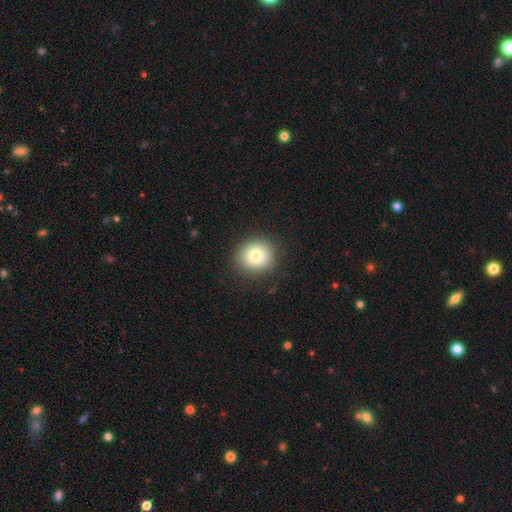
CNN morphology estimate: The model was most divided on "smooth or featured": smooth: 80%, star or artifact: 10%, featured or disk: 9%. More confident: merging — none (89%); how rounded — round (86%).